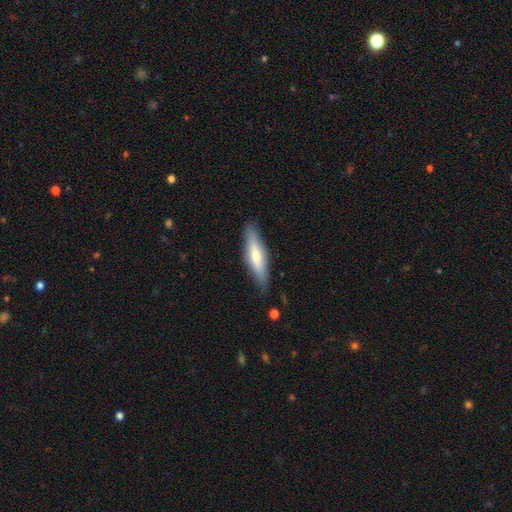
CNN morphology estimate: This is likely a smooth galaxy (61%). How rounded: likely cigar-shaped (71%). Merging: clearly none (84%).